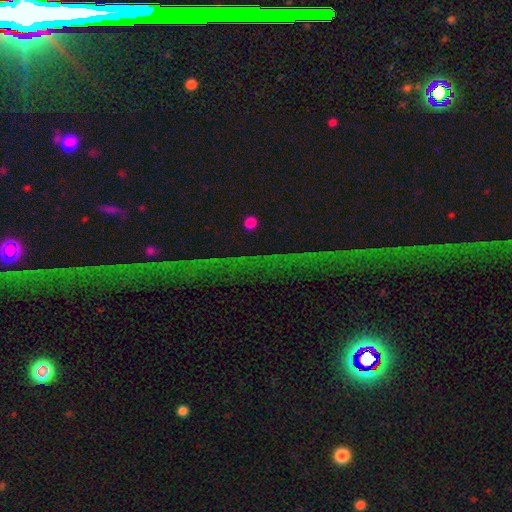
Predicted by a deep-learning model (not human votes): The model was most divided on "smooth or featured": star or artifact: 73%, featured or disk: 14%, smooth: 13%.